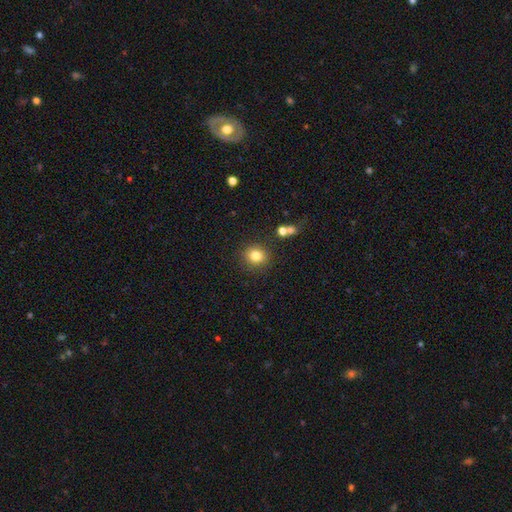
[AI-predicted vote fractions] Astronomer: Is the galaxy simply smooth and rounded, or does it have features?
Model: smooth — 81%.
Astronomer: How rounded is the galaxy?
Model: round — 83%.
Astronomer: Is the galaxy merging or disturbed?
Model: none — 85%.